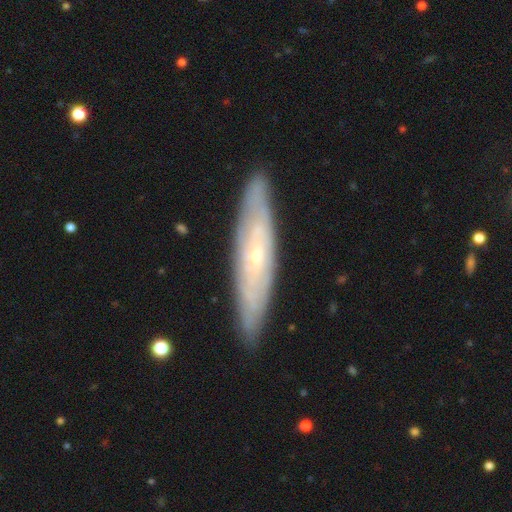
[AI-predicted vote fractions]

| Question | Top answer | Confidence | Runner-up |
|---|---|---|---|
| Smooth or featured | featured or disk | 70% | smooth (24%) |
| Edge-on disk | yes | 50% | tied: no (50%) |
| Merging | none | 87% | minor disturbance (10%) |